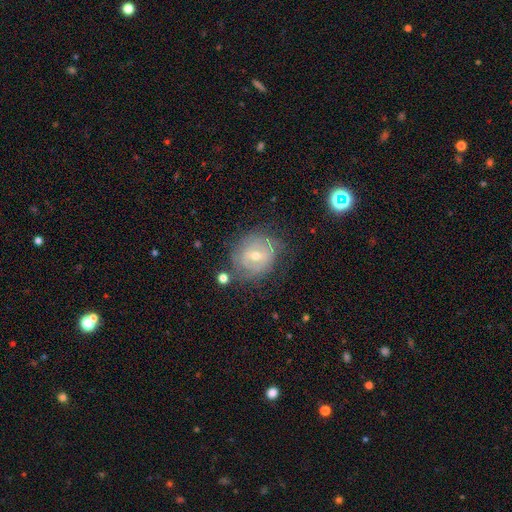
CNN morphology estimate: This is likely a featured or disk galaxy (69%). It is clearly not viewed edge-on (96%). Bar: possibly weak (51%). Spiral arm pattern: likely yes (72%). Central bulge: possibly moderate (49%). Merging: likely none (69%).